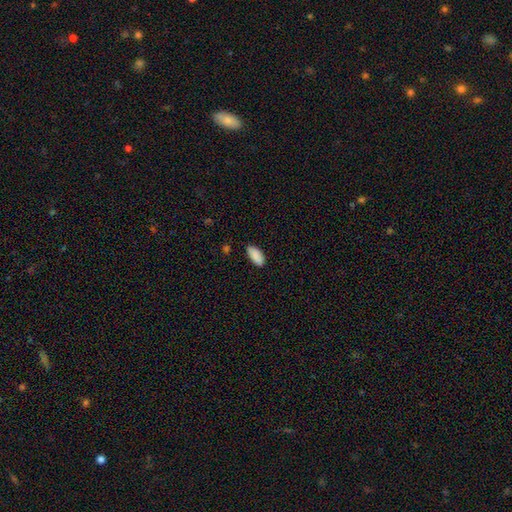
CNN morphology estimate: A smooth galaxy with no disk features (90%) that is in between round and cigar-shaped (90%).

Vote fractions:
- Smooth or featured? smooth: 90% / star or artifact: 7% / featured or disk: 3%
- How rounded? in between: 90% / cigar-shaped: 8% / round: 2%
- Merging? none: 85% / minor disturbance: 11% / major disturbance: 2% / merger: 1%